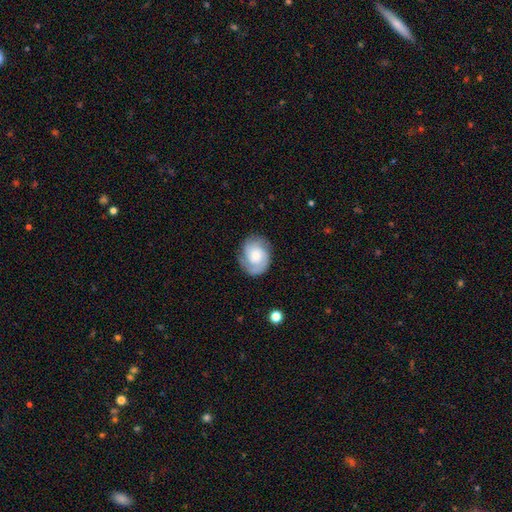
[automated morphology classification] Q: Smooth or featured?
A: featured or disk (68%); runner-up: smooth (25%)
Q: Edge-on disk?
A: no (97%); runner-up: yes (3%)
Q: Bar?
A: no (74%); runner-up: weak (23%)
Q: Spiral arms?
A: yes (93%); runner-up: no (7%)
Q: Spiral winding?
A: tight (53%); runner-up: medium (37%)
Q: Spiral arm count?
A: 2 (49%); runner-up: 3 (19%)
Q: Bulge size?
A: moderate (45%); runner-up: small (42%)
Q: Merging?
A: none (77%); runner-up: minor disturbance (16%)